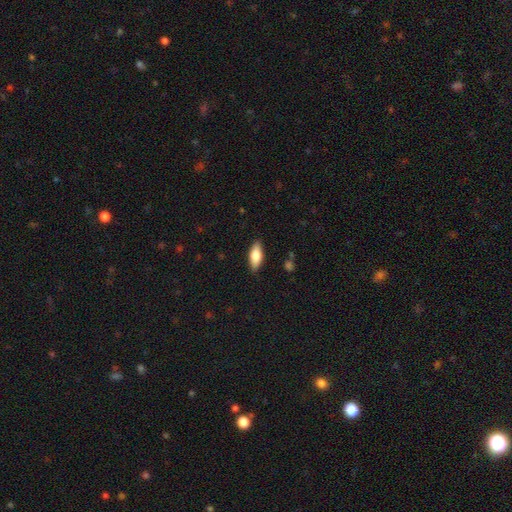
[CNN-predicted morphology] A smooth galaxy with no disk features (77%) that is in between round and cigar-shaped (76%).

Vote fractions:
- Smooth or featured? smooth: 77% / featured or disk: 17% / star or artifact: 6%
- How rounded? in between: 76% / cigar-shaped: 22% / round: 2%
- Merging? none: 87% / minor disturbance: 10% / major disturbance: 2% / merger: 1%